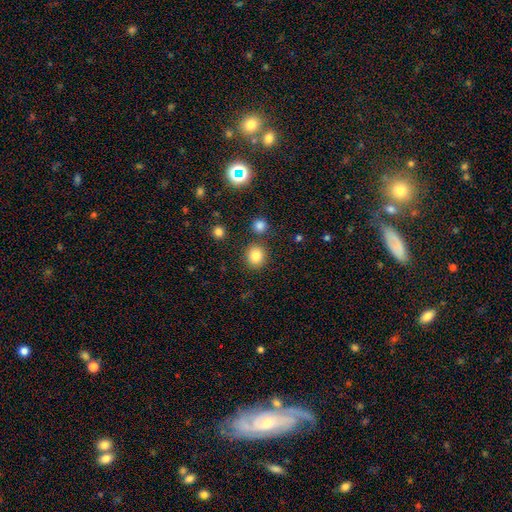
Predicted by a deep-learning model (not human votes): Smooth or featured? Predicted: smooth (p=0.83). How rounded? Predicted: round (p=0.81). Merging? Predicted: none (p=0.84).